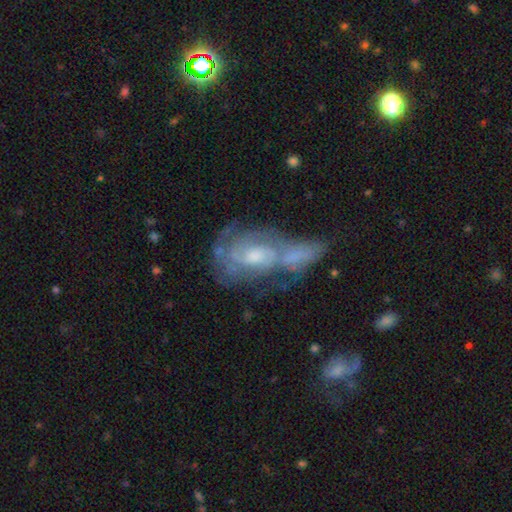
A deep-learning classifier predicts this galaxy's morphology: featured or disk 59%, smooth 23%, star or artifact 18%. Down the decision tree: edge-on disk — no (89%); bar — no (60%); spiral arms — yes (64%); bulge size — moderate (48%); merging — merger (49%).